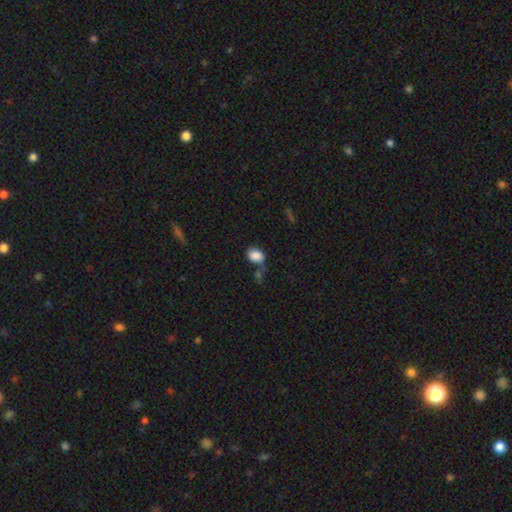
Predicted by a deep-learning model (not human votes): smooth-or-featured: smooth: 87% | star or artifact: 8% | featured or disk: 5%
  how-rounded: in between: 69% | round: 30% | cigar-shaped: 1%
  merging: none: 55% | minor disturbance: 20% | merger: 18% | major disturbance: 8%